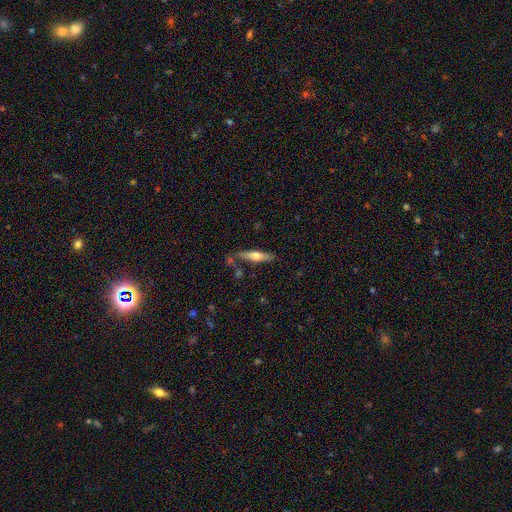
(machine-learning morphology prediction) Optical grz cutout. It shows a smooth galaxy with no disk features (49%). Merging: none (74%).